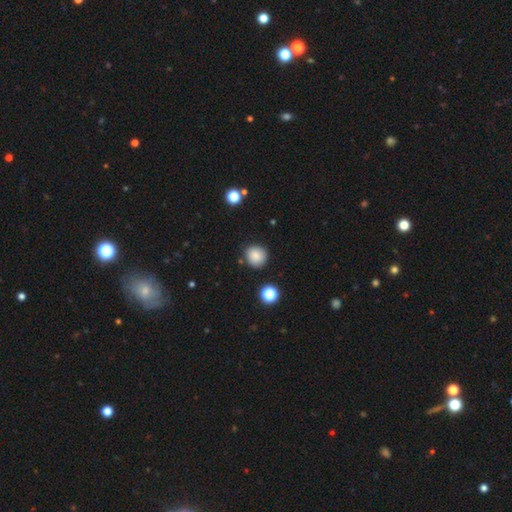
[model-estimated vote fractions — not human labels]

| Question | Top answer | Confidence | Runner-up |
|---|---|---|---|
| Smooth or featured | smooth | 86% | star or artifact (10%) |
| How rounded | round | 91% | in between (8%) |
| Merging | none | 86% | minor disturbance (9%) |